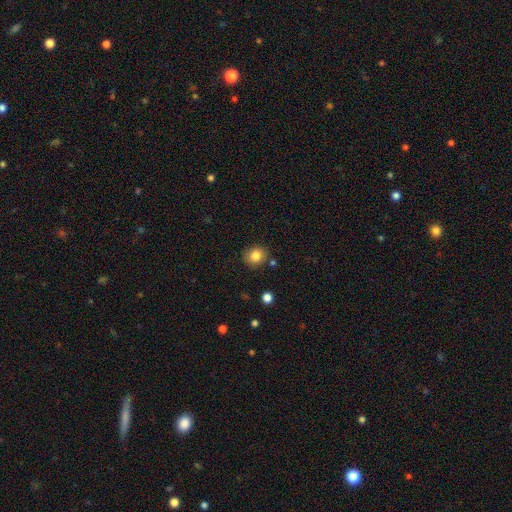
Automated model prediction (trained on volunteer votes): smooth 83%, star or artifact 10%, featured or disk 7%. Down the decision tree: how rounded — round (75%); merging — none (83%).